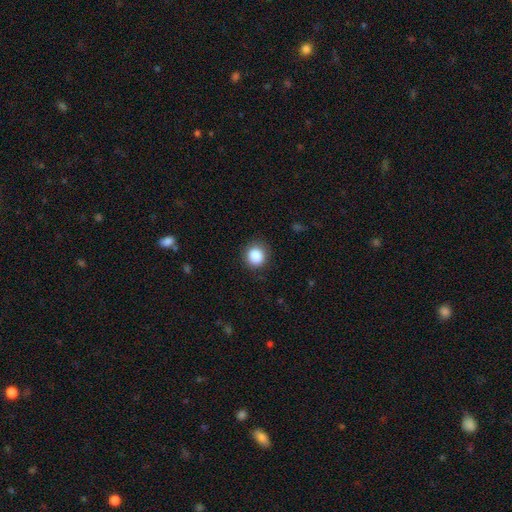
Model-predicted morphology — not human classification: This appears to be a smooth galaxy with no disk features (86%) that is round (90%). Merging: none (88%).